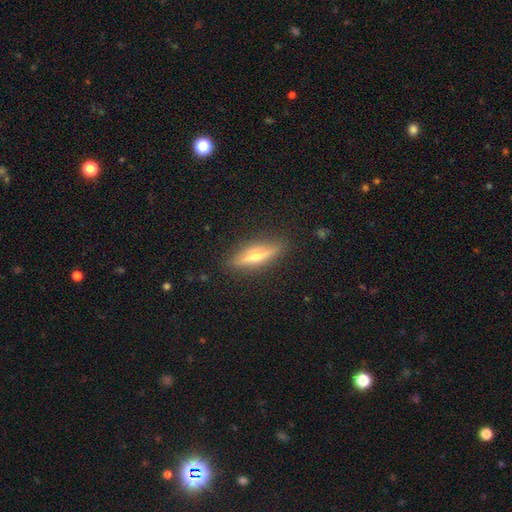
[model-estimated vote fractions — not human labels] smooth_or_featured: featured or disk (p=0.65) [alt: smooth p=0.28]
disk_edge_on: yes (p=0.94) [alt: no p=0.06]
edge_on_bulge: rounded (p=0.91) [alt: none p=0.05]
merging: none (p=0.89) [alt: minor disturbance p=0.08]